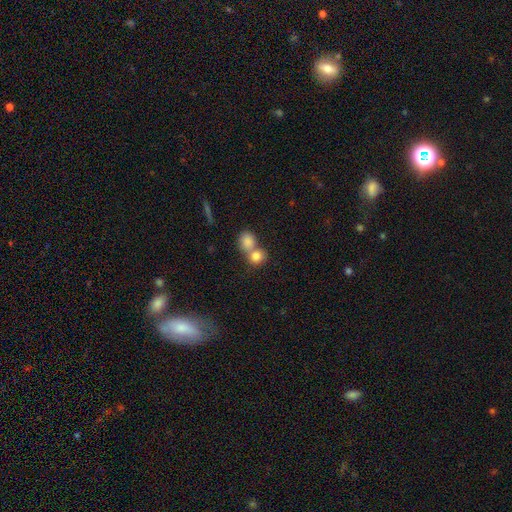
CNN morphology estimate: type=smooth (81%); roundness=round (77%); merging=merger (57%).